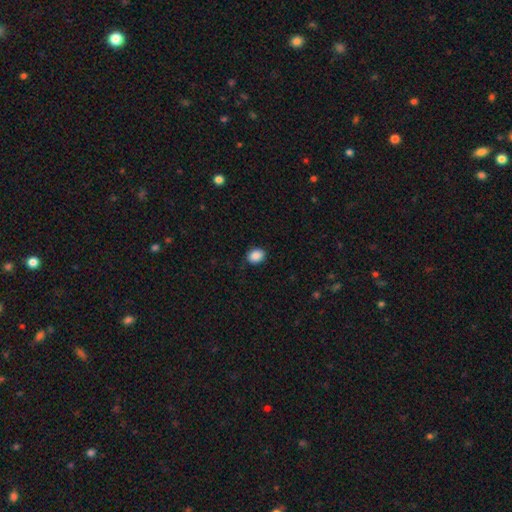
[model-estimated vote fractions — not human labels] Q: Smooth or featured?
A: smooth (89%); runner-up: star or artifact (8%)
Q: How rounded?
A: round (53%); runner-up: in between (46%)
Q: Merging?
A: none (87%); runner-up: minor disturbance (10%)